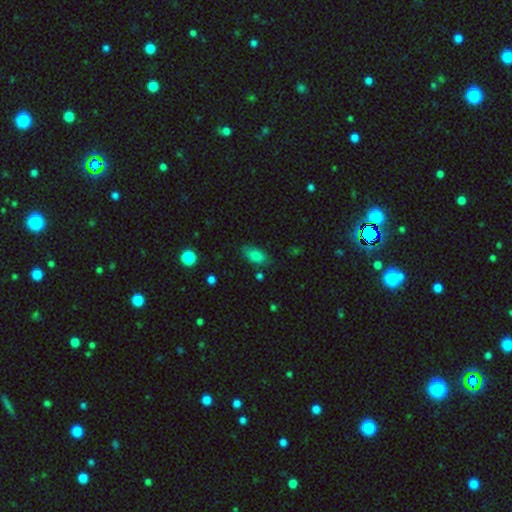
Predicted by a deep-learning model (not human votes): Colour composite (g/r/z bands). It shows a smooth galaxy with no disk features (81%) that is in between round and cigar-shaped (89%). Merging: none (76%).